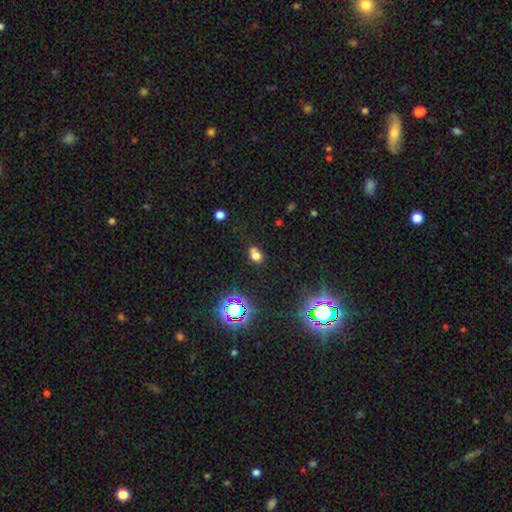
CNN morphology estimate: Smooth or featured: smooth — 66% (star or artifact — 22%)
How rounded: in between — 57% (round — 42%)
Merging: none — 46% (merger — 32%)